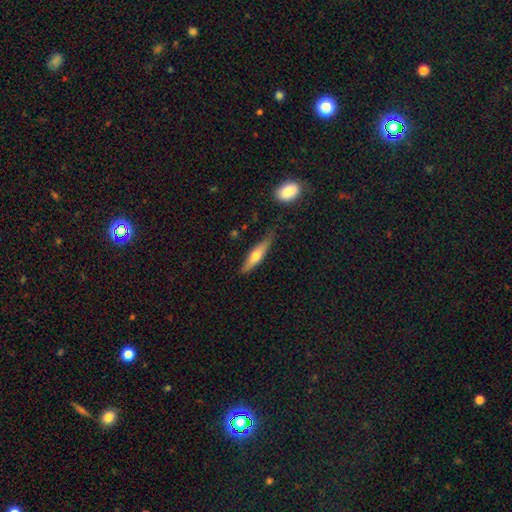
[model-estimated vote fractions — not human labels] Morphology: type=smooth (50%); roundness=cigar-shaped (74%); merging=none (74%).